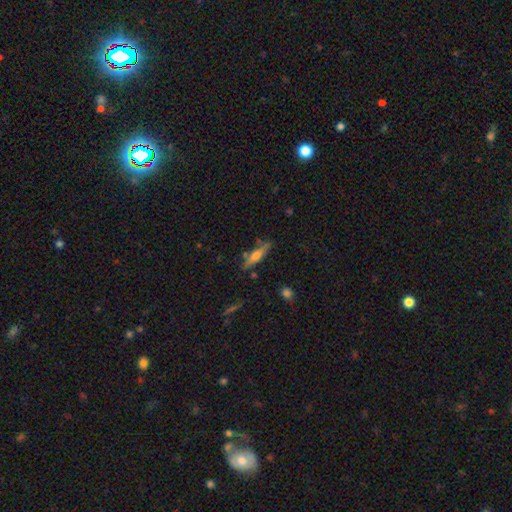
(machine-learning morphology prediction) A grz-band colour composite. It shows a featured or disk galaxy (48%). Merging: none (77%).